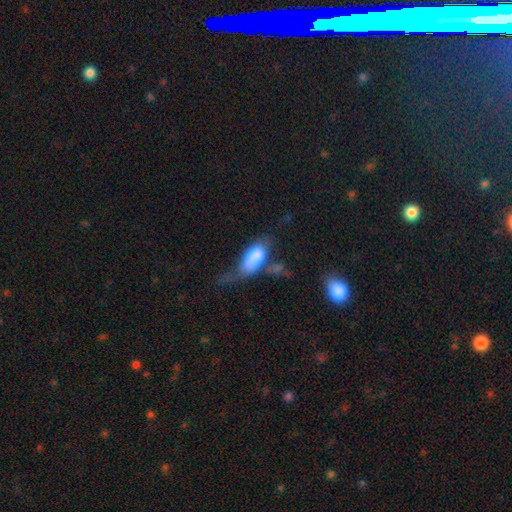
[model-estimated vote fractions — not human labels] smooth_or_featured: smooth (p=0.72) [alt: featured or disk p=0.20]
how_rounded: in between (p=0.85) [alt: cigar-shaped p=0.13]
merging: major disturbance (p=0.39) [alt: minor disturbance p=0.25]